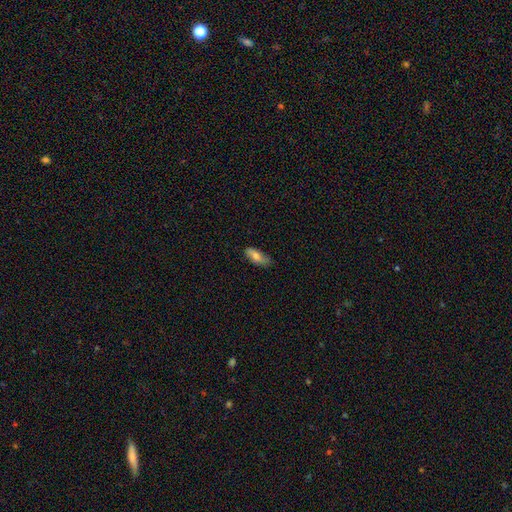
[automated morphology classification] Overall: smooth (69%). How rounded: in between (78%). Merging: none (71%).